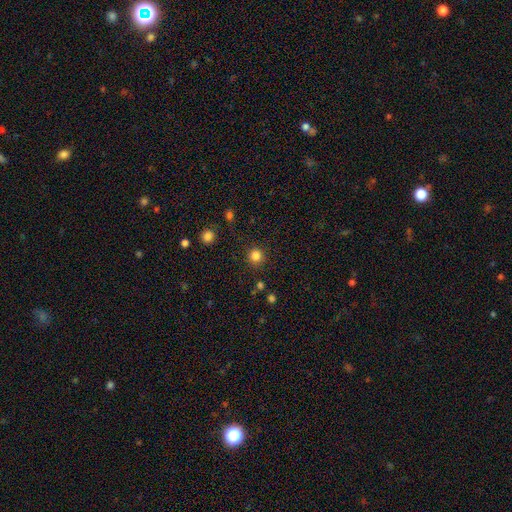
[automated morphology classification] smooth-or-featured: smooth: 83% | star or artifact: 13% | featured or disk: 4%
  how-rounded: round: 94% | in between: 5% | cigar-shaped: 1%
  merging: none: 89% | minor disturbance: 6% | major disturbance: 3% | merger: 2%